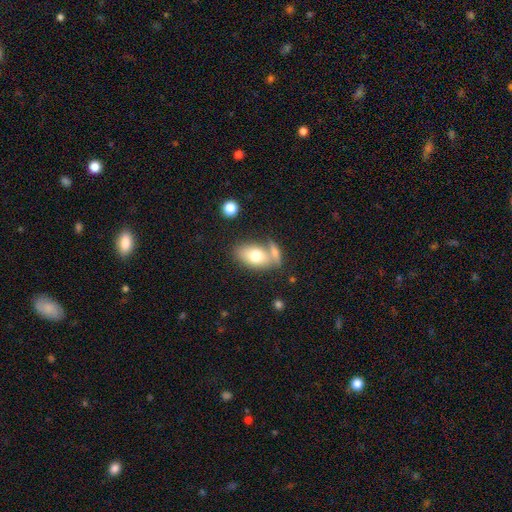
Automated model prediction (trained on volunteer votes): smooth-or-featured: smooth: 71% | featured or disk: 21% | star or artifact: 7%
  how-rounded: in between: 88% | round: 9% | cigar-shaped: 3%
  merging: none: 49% | merger: 32% | minor disturbance: 13% | major disturbance: 5%